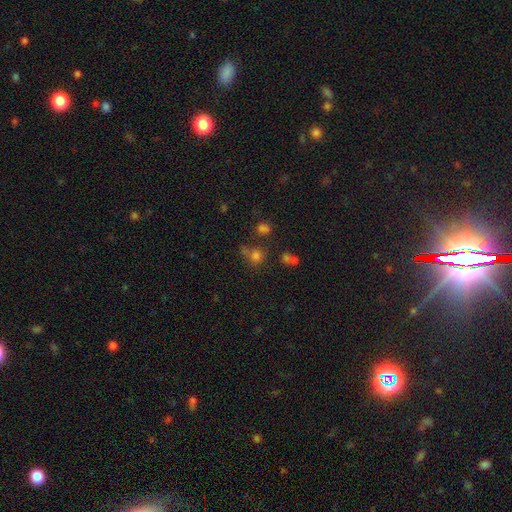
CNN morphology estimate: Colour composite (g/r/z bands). It shows a smooth galaxy with no disk features (68%) that is round (77%). Merging: none (54%).